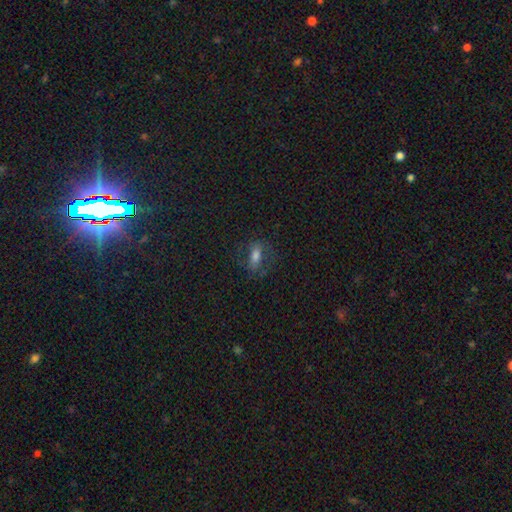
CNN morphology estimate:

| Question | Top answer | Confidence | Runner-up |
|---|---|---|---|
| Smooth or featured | smooth | 52% | featured or disk (29%) |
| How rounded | in between | 74% | cigar-shaped (15%) |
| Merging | none | 70% | minor disturbance (16%) |